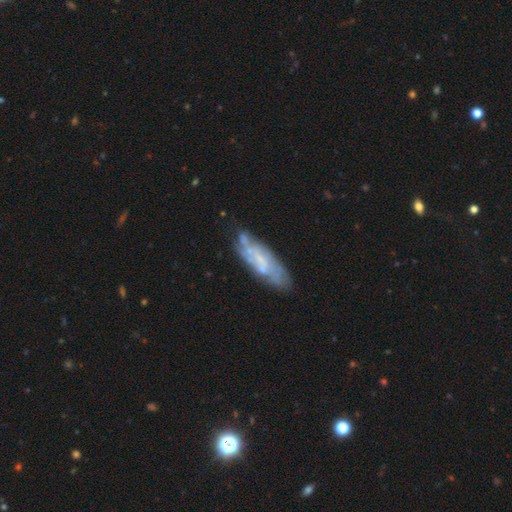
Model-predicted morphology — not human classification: This appears to be a featured or disk galaxy (57%). Merging: none (70%).